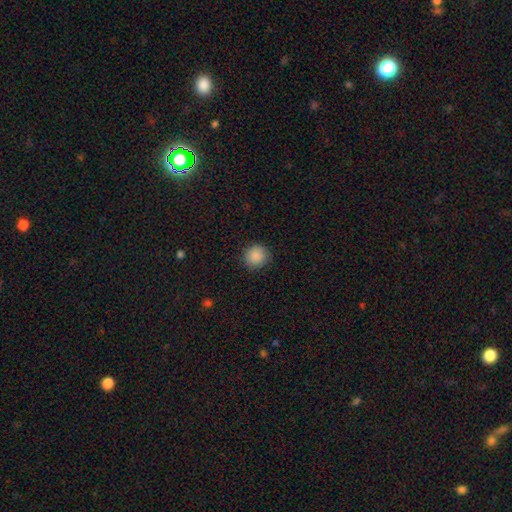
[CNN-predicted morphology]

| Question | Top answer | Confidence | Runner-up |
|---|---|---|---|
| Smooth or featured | smooth | 88% | star or artifact (9%) |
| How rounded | round | 91% | in between (8%) |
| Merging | none | 89% | minor disturbance (8%) |